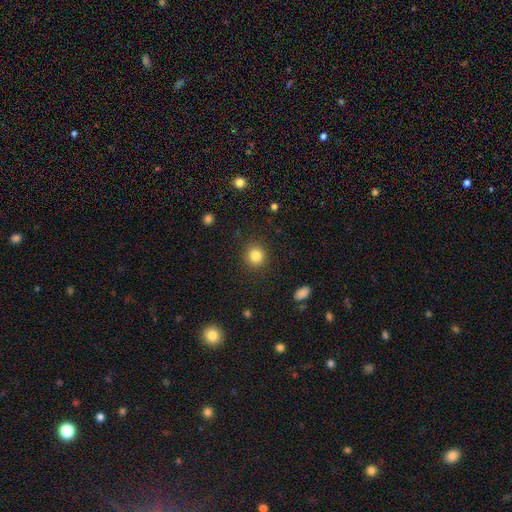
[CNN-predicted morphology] Smooth or featured?
  - smooth: 84% *
  - star or artifact: 11%
  - featured or disk: 6%
How rounded?
  - round: 88% *
  - in between: 11%
  - cigar-shaped: 1%
Merging?
  - none: 90% *
  - minor disturbance: 6%
  - major disturbance: 3%
  - merger: 1%